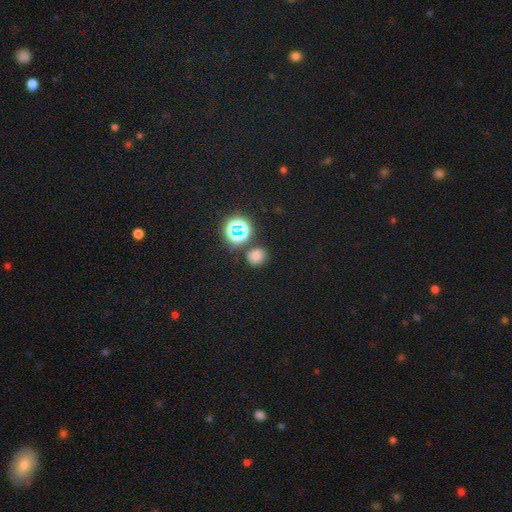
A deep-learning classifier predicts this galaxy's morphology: A smooth galaxy with no disk features (70%) that is round (81%). Merging: none (79%).